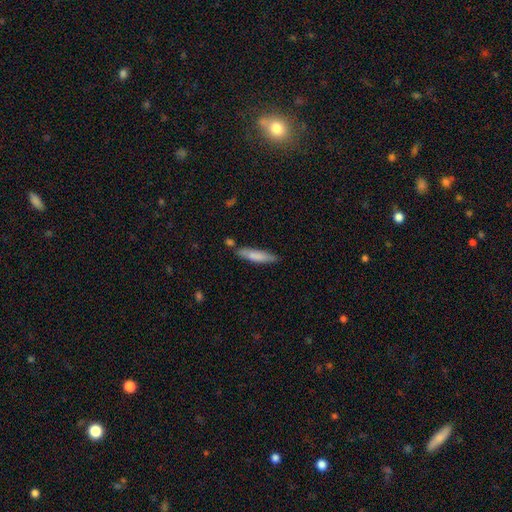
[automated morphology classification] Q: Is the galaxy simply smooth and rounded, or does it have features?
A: smooth — 77%.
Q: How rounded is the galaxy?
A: cigar-shaped — 83%.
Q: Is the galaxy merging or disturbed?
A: none — 73%.